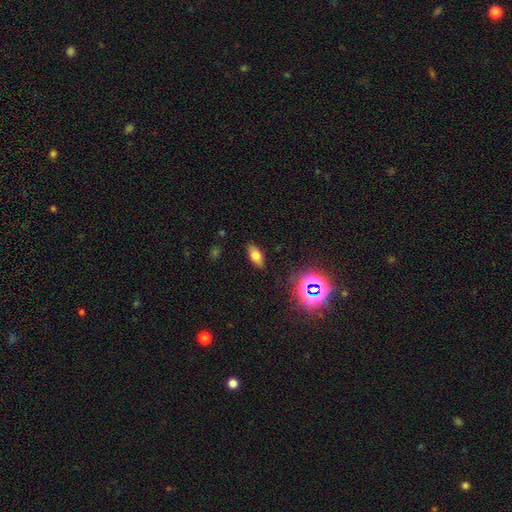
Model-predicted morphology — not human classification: A smooth galaxy with no disk features (69%) that is in between round and cigar-shaped (86%).

Vote fractions:
- Smooth or featured? smooth: 69% / featured or disk: 16% / star or artifact: 15%
- How rounded? in between: 86% / cigar-shaped: 8% / round: 6%
- Merging? none: 86% / minor disturbance: 10% / major disturbance: 2% / merger: 1%